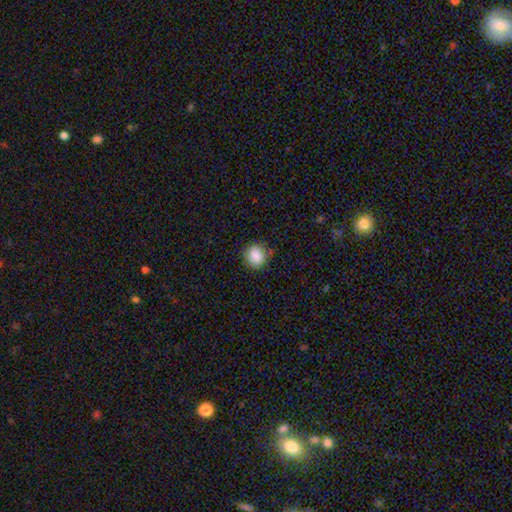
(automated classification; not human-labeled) Smooth or featured: smooth — 87% (star or artifact — 9%)
How rounded: round — 81% (in between — 19%)
Merging: none — 84% (minor disturbance — 12%)